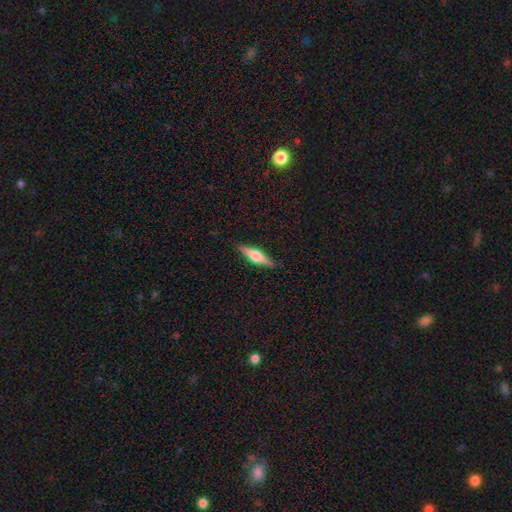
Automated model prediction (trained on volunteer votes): Smooth or featured? Predicted: featured or disk (p=0.55). Edge-on disk? Predicted: yes (p=0.95). Edge-on bulge? Predicted: rounded (p=0.88). Merging? Predicted: none (p=0.88).